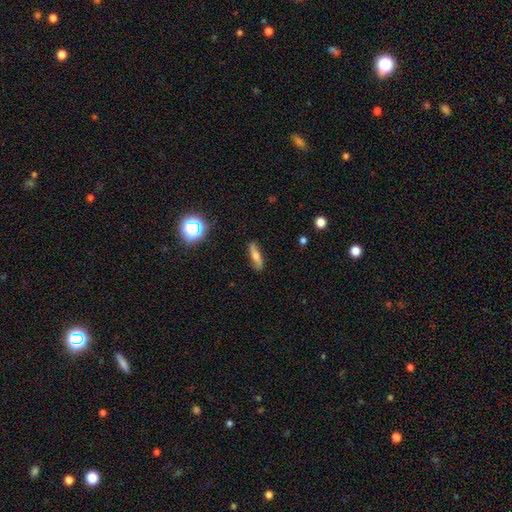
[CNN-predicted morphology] Overall: smooth (47%; featured or disk 42%). Merging: none (84%).